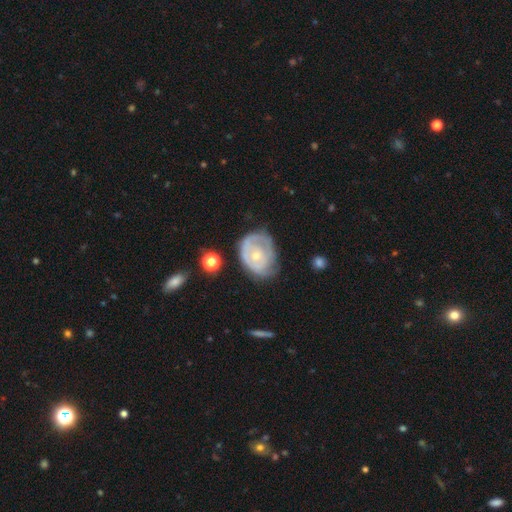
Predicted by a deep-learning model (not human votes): smooth_or_featured: featured or disk (p=0.67) [alt: smooth p=0.27]
disk_edge_on: no (p=0.96) [alt: yes p=0.04]
bar: no (p=0.82) [alt: weak p=0.15]
has_spiral_arms: yes (p=0.62) [alt: no p=0.38]
bulge_size: small (p=0.59) [alt: moderate p=0.37]
merging: none (p=0.49) [alt: minor disturbance p=0.31]